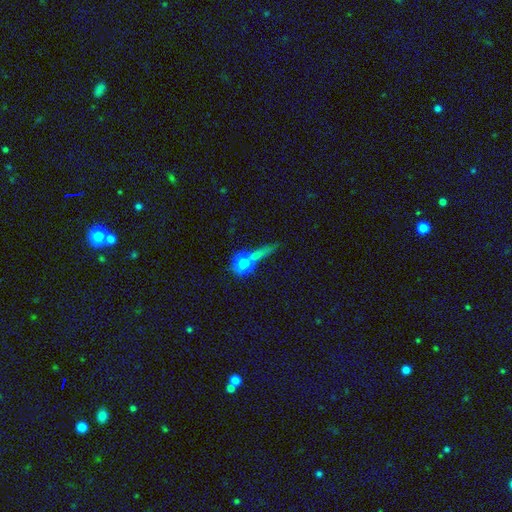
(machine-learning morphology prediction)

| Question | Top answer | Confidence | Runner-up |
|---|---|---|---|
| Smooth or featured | smooth | 51% | star or artifact (29%) |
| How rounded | round | 58% | cigar-shaped (22%) |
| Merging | none | 47% | merger (25%) |